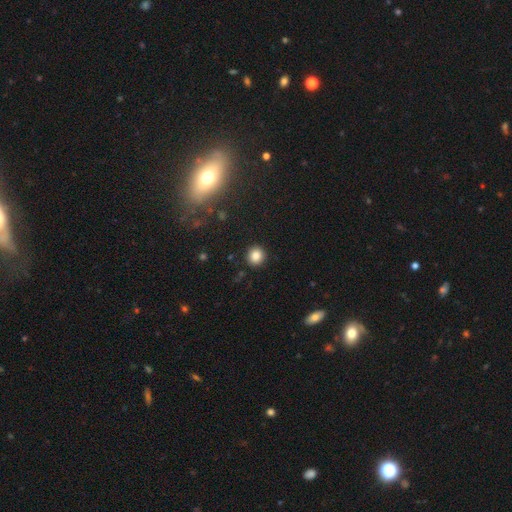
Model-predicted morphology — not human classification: smooth_or_featured: smooth (p=0.83) [alt: star or artifact p=0.11]
how_rounded: round (p=0.91) [alt: in between p=0.08]
merging: none (p=0.91) [alt: minor disturbance p=0.05]